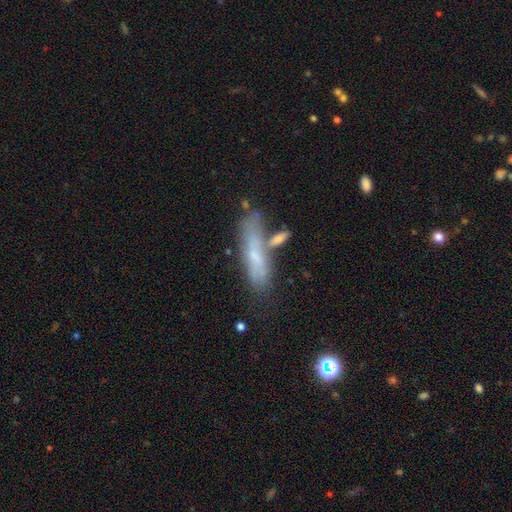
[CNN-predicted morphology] Q: Smooth or featured?
A: smooth (56%); runner-up: featured or disk (35%)
Q: How rounded?
A: cigar-shaped (67%); runner-up: in between (31%)
Q: Merging?
A: none (52%); runner-up: minor disturbance (21%)